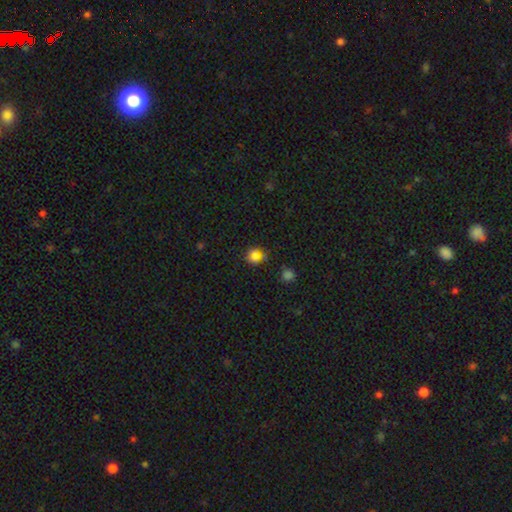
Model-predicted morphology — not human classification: A smooth galaxy with no disk features (79%) that is round (76%). Merging: none (66%).